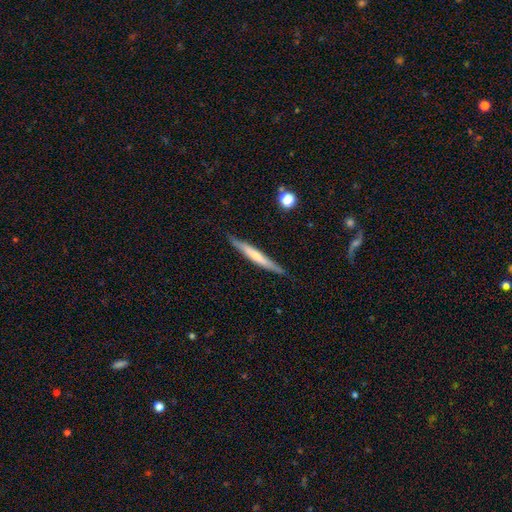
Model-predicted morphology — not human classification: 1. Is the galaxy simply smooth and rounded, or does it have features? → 48% smooth, 47% featured or disk, 6% star or artifact.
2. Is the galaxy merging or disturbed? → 86% none, 11% minor disturbance, 2% major disturbance, 1% merger.